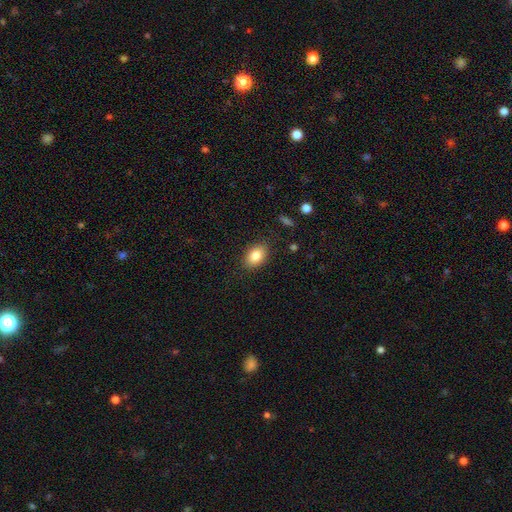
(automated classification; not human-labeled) smooth_or_featured: smooth (p=0.85) [alt: star or artifact p=0.08]
how_rounded: in between (p=0.84) [alt: round p=0.14]
merging: none (p=0.85) [alt: minor disturbance p=0.11]